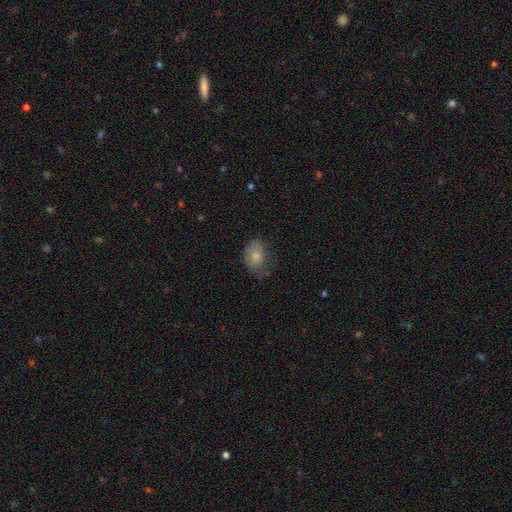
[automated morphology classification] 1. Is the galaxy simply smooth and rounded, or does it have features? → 81% smooth, 11% featured or disk, 8% star or artifact.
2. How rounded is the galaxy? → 72% in between, 26% round, 1% cigar-shaped.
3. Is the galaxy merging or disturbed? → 59% none, 31% minor disturbance, 9% major disturbance, 2% merger.